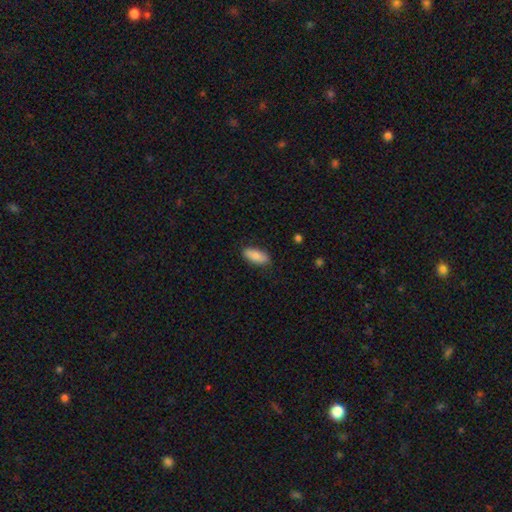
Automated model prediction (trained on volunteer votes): smooth 82%, featured or disk 12%, star or artifact 6%. Down the decision tree: how rounded — in between (85%); merging — none (86%).